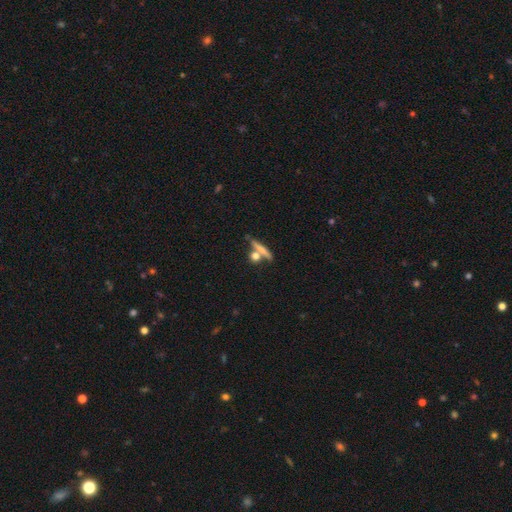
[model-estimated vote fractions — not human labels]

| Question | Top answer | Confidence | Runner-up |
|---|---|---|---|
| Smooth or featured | smooth | 67% | featured or disk (23%) |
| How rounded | cigar-shaped | 42% | round (40%) |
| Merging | none | 60% | merger (26%) |